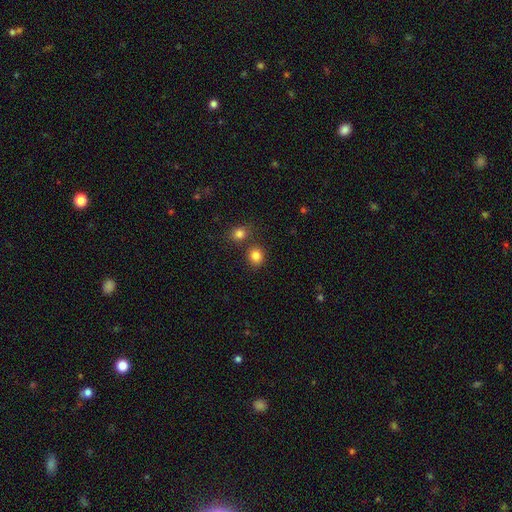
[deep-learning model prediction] Smooth or featured? smooth (83%)
How rounded? round (80%)
Merging? none (72%)